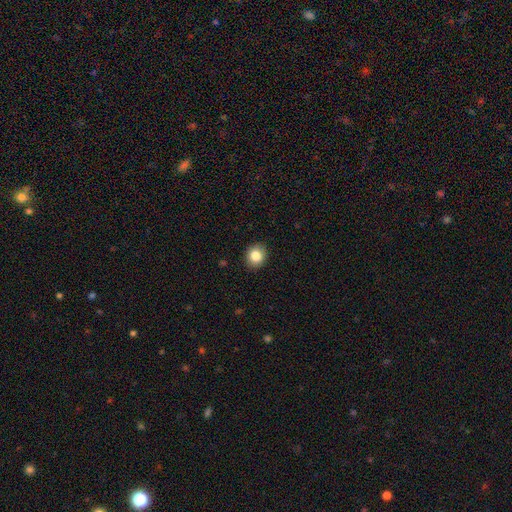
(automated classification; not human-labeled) Smooth or featured? smooth (85%)
How rounded? round (75%)
Merging? none (90%)